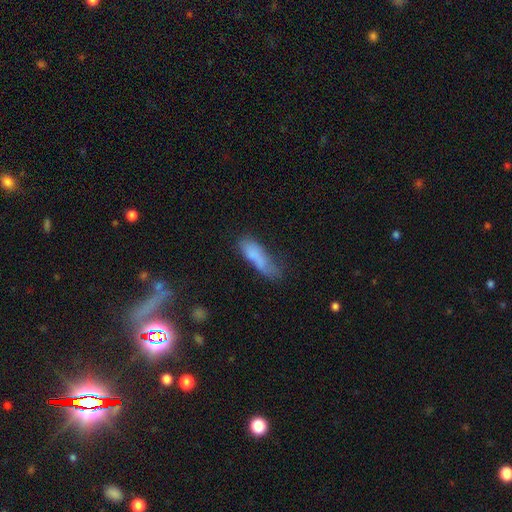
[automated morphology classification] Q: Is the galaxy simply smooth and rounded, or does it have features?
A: smooth — 74%.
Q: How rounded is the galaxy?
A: cigar-shaped — 53%.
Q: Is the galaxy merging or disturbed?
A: none — 37%.